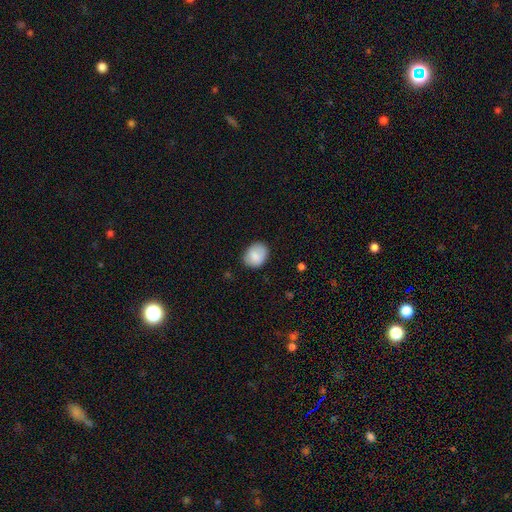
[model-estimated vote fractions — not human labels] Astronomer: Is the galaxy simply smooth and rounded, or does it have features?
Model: smooth — 84%.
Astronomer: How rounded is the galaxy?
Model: in between — 55% (runner-up: round, 44%).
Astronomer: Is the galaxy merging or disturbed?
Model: none — 78%.